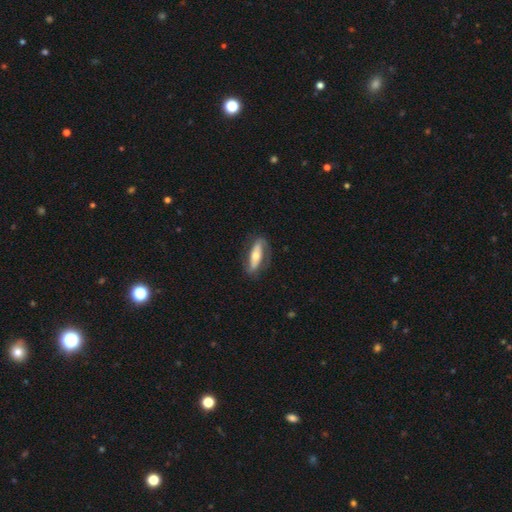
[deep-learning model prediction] smooth-or-featured: featured or disk: 58% | smooth: 37% | star or artifact: 6%
  disk-edge-on: no: 66% | yes: 34%
  merging: none: 76% | minor disturbance: 16% | major disturbance: 7% | merger: 1%